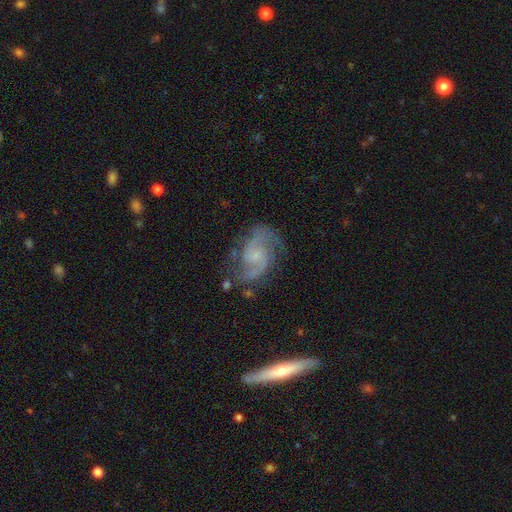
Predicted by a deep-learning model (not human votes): This appears to be a featured or disk galaxy (89%) with no bar (55%), 2 (90%) medium (57%) spiral arms (97%) and a small central bulge (62%). Merging: none (72%).